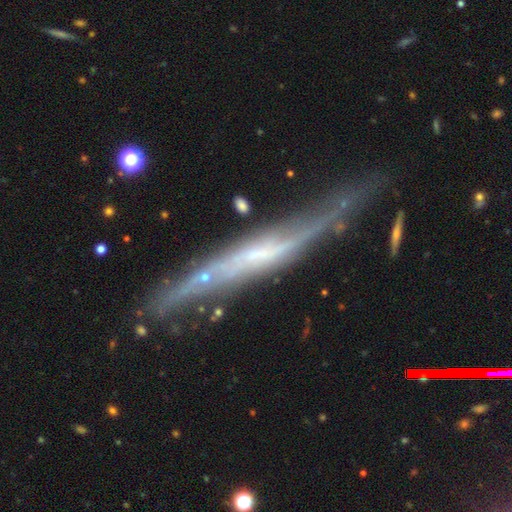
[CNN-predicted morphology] smooth-or-featured: featured or disk: 75% | smooth: 17% | star or artifact: 8%
  disk-edge-on: yes: 83% | no: 17%
    edge-on-bulge: none: 65% | rounded: 21% | boxy: 14%
  merging: none: 60% | minor disturbance: 25% | major disturbance: 11% | merger: 5%